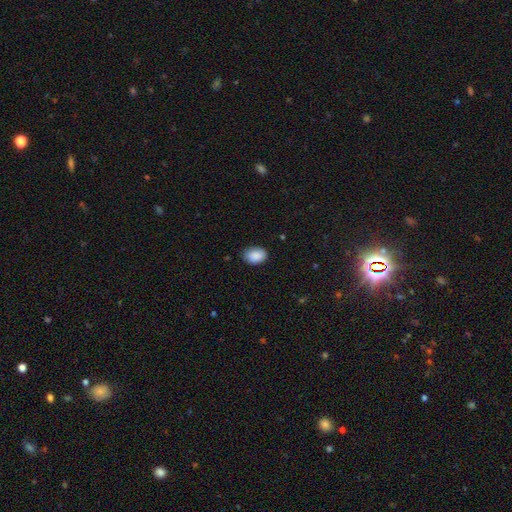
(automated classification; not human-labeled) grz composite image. It shows a smooth galaxy with no disk features (89%) that is in between round and cigar-shaped (79%). Merging: none (79%).